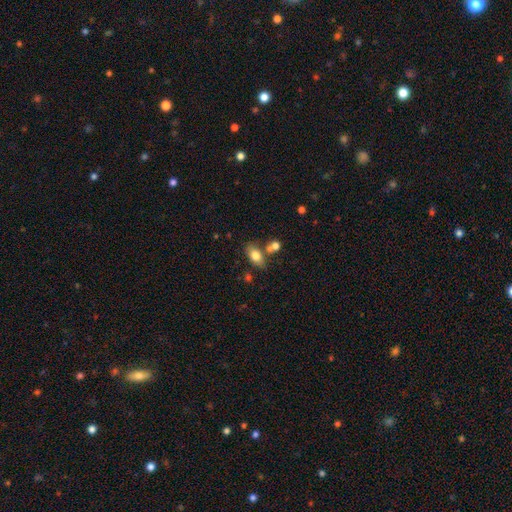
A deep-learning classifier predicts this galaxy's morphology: The model was most divided on "merging": none: 62%, merger: 19%, minor disturbance: 15%, major disturbance: 4%. More confident: how rounded — in between (88%); smooth or featured — smooth (79%).